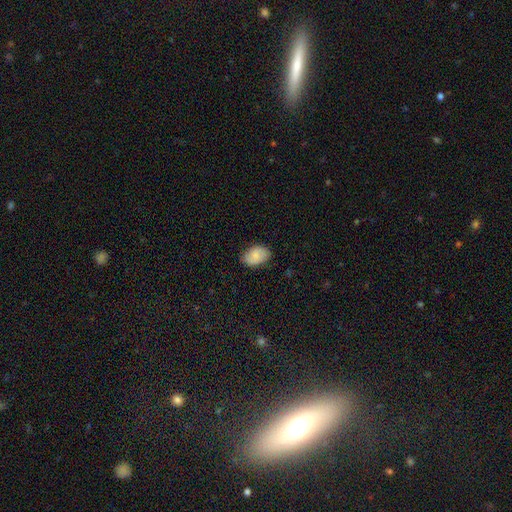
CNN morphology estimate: smooth-or-featured: smooth: 83% | featured or disk: 10% | star or artifact: 7%
  how-rounded: in between: 90% | round: 9% | cigar-shaped: 1%
  merging: none: 82% | minor disturbance: 15% | major disturbance: 3% | merger: 1%